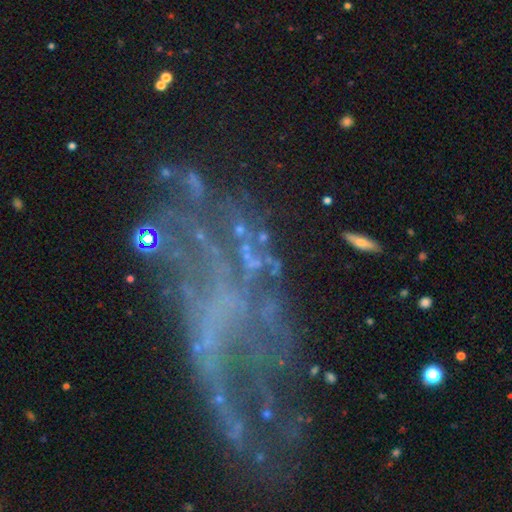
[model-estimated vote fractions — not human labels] This is likely a featured or disk galaxy (63%). It is clearly not viewed edge-on (90%). Bar: likely no (74%). Spiral arm pattern: possibly no (55%). Central bulge: likely none (75%). Merging: marginally none (42%).